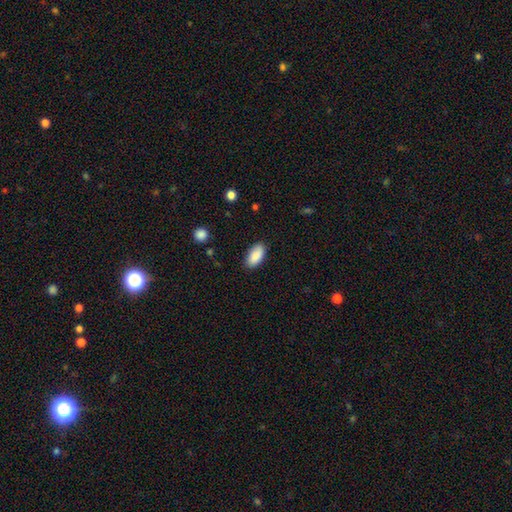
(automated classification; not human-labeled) Smooth or featured: smooth — 88% (star or artifact — 6%)
How rounded: in between — 93% (cigar-shaped — 4%)
Merging: none — 86% (minor disturbance — 11%)